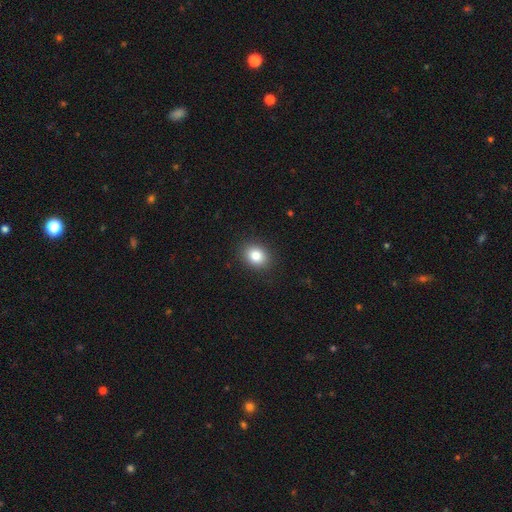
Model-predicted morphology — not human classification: This appears to be a smooth galaxy with no disk features (83%) that is round (51%). Merging: none (90%).